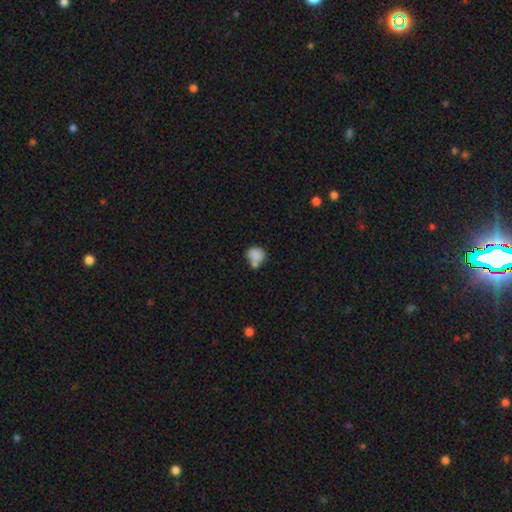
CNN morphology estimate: Smooth or featured: smooth — 83% (star or artifact — 9%)
How rounded: round — 78% (in between — 21%)
Merging: none — 47% (merger — 31%)